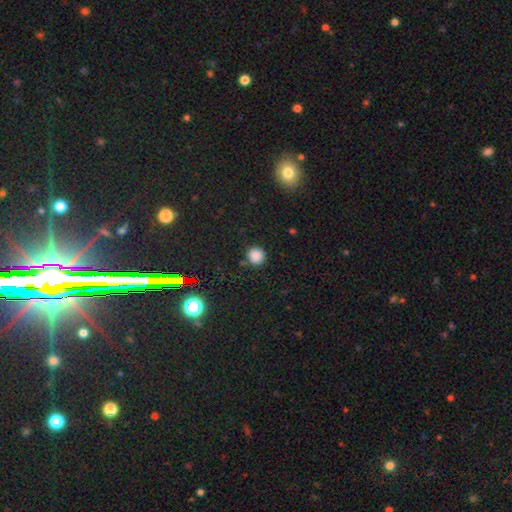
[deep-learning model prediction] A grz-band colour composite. It shows a smooth galaxy with no disk features (83%) that is round (92%). Merging: none (85%).